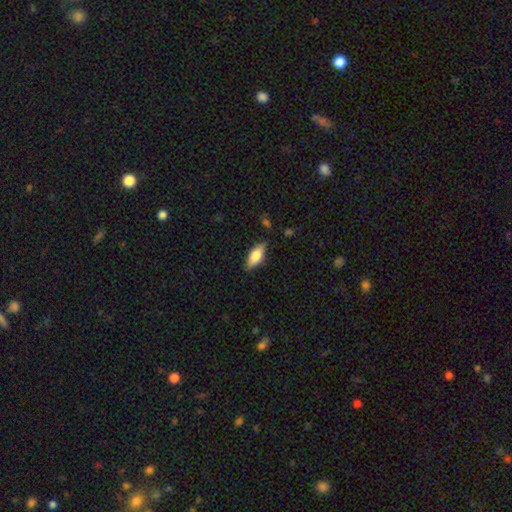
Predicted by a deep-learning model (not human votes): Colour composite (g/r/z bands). It shows a smooth galaxy with no disk features (66%) that is in between round and cigar-shaped (76%). Merging: none (83%).